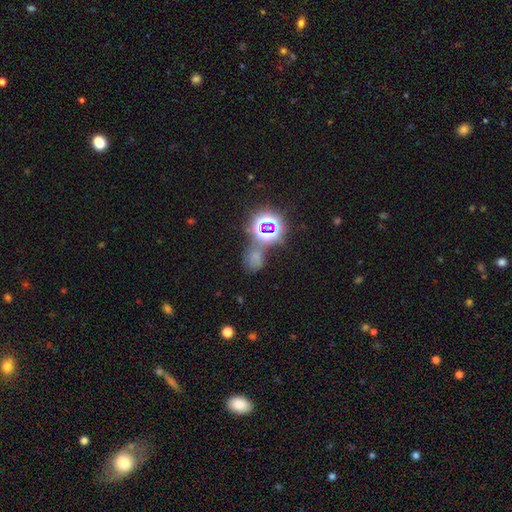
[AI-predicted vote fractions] Smooth or featured? star or artifact (47%)